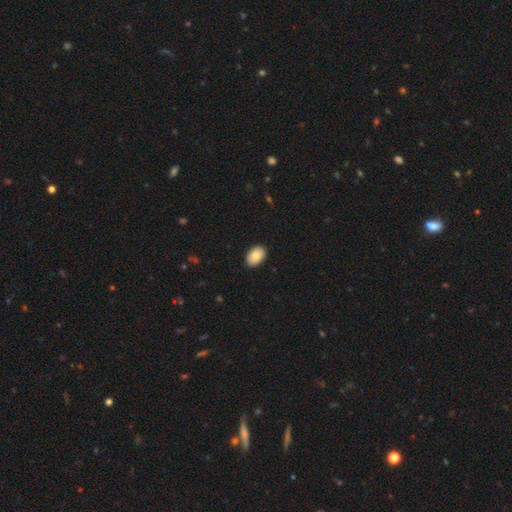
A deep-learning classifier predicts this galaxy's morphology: smooth_or_featured: smooth (p=0.85) [alt: featured or disk p=0.08]
how_rounded: in between (p=0.88) [alt: round p=0.11]
merging: none (p=0.89) [alt: minor disturbance p=0.09]